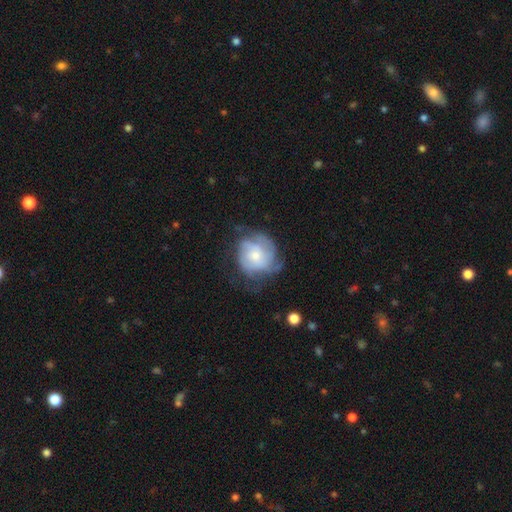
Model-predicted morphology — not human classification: This is likely a featured or disk galaxy (67%). It is clearly not viewed edge-on (98%). Bar: likely no (77%). Spiral arm pattern: clearly yes (84%). Spiral arm count: marginally can't tell (41%). Spiral winding: possibly tight (51%). Central bulge: possibly small (53%). Merging: possibly none (54%).